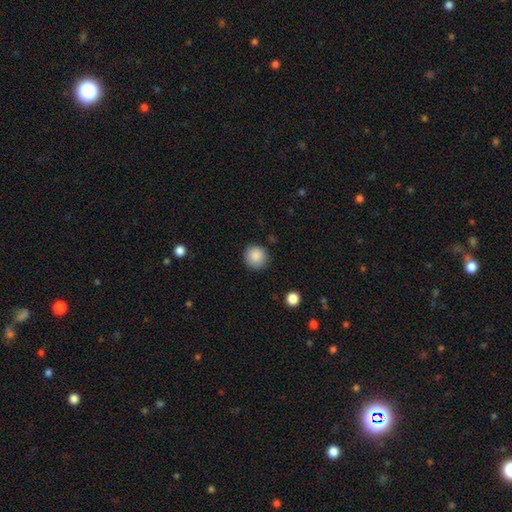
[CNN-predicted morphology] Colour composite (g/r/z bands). It shows a smooth galaxy with no disk features (88%) that is round (94%). Merging: none (88%).